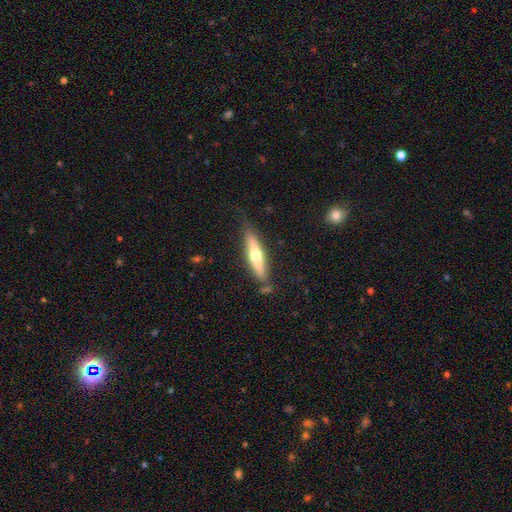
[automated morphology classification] A smooth galaxy with no disk features (49%). Merging: none (76%).